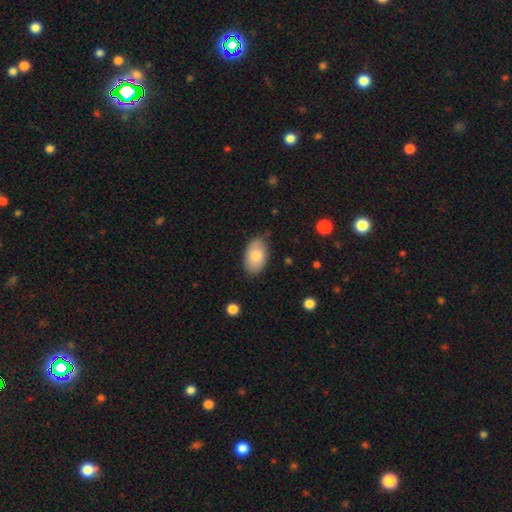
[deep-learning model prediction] Morphology: type=smooth (80%); roundness=in between (94%); merging=none (79%).